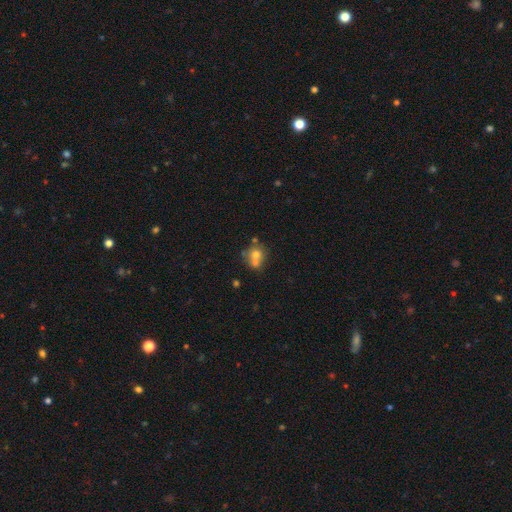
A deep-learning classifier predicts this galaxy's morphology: Smooth or featured? smooth (66%)
How rounded? round (77%)
Merging? merger (47%)